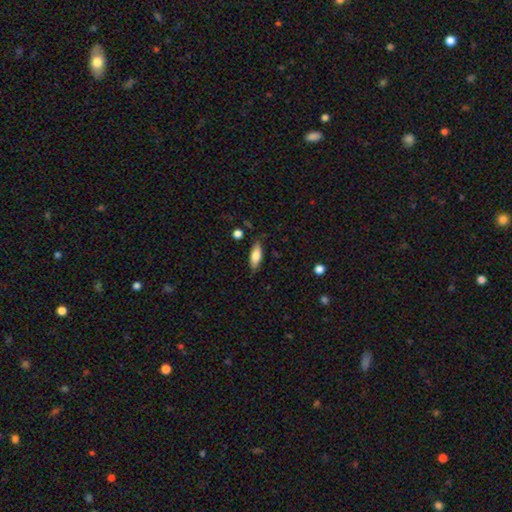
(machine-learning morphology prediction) Smooth or featured: smooth — 77% (featured or disk — 16%)
How rounded: in between — 66% (cigar-shaped — 32%)
Merging: none — 82% (minor disturbance — 13%)